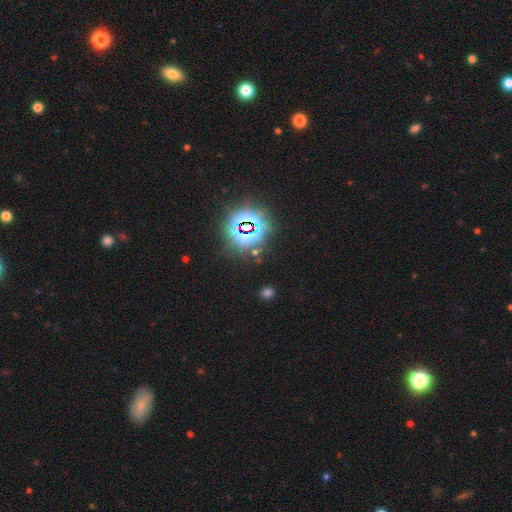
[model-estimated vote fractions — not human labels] This is clearly a star or artifact rather than a galaxy (83%).